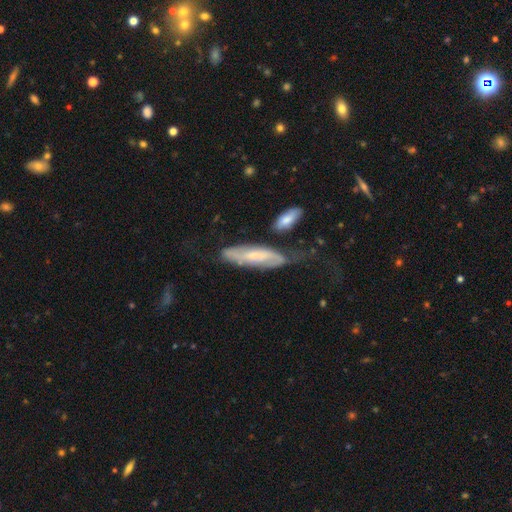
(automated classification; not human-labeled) Smooth or featured: featured or disk — 61% (smooth — 32%)
Edge-on disk: no — 70% (yes — 30%)
Merging: none — 41% (minor disturbance — 25%)